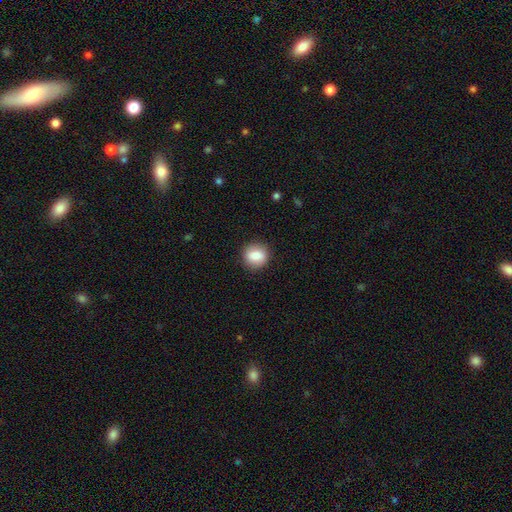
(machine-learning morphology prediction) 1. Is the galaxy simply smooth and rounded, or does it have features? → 84% smooth, 8% featured or disk, 8% star or artifact.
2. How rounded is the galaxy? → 83% round, 16% in between, 1% cigar-shaped.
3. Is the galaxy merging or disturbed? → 89% none, 8% minor disturbance, 2% major disturbance, 1% merger.